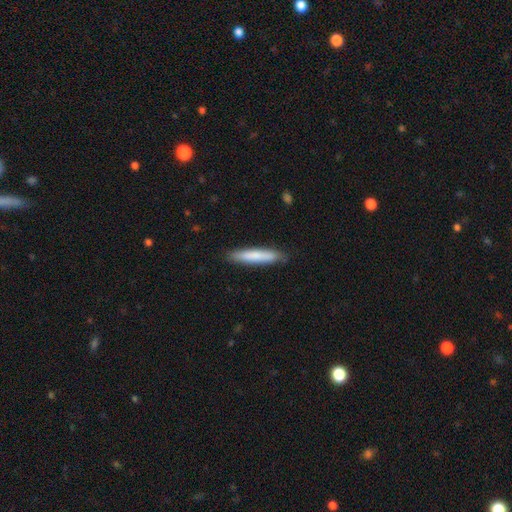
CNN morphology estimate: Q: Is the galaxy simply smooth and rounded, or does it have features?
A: smooth — 76%.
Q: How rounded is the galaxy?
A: cigar-shaped — 89%.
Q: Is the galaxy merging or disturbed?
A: none — 86%.